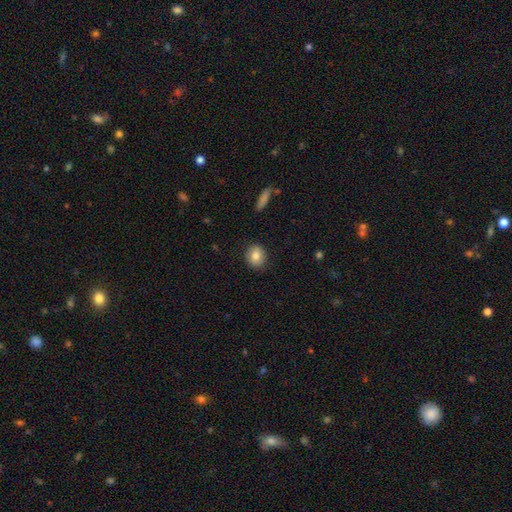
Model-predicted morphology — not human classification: smooth_or_featured: smooth (p=0.82) [alt: featured or disk p=0.09]
how_rounded: round (p=0.74) [alt: in between p=0.25]
merging: none (p=0.89) [alt: minor disturbance p=0.08]